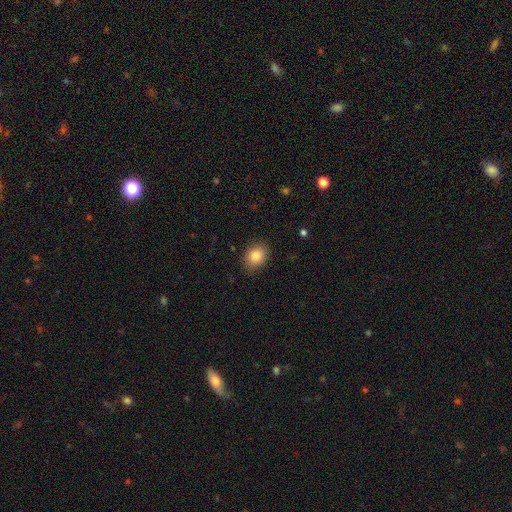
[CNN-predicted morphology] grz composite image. It shows a smooth galaxy with no disk features (85%) that is in between round and cigar-shaped (64%). Merging: none (85%).